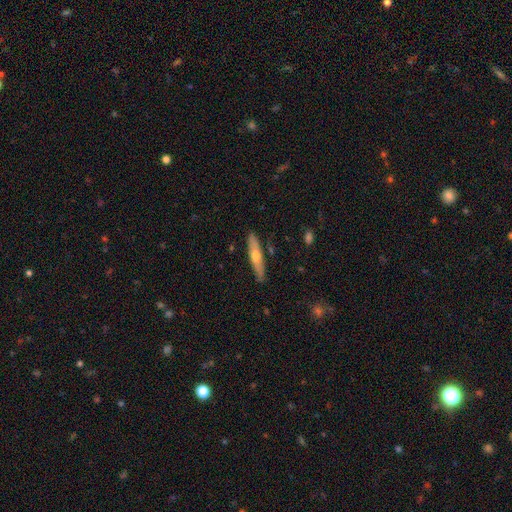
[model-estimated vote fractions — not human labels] smooth 48%, featured or disk 46%, star or artifact 6%. Down the decision tree: merging — none (86%).